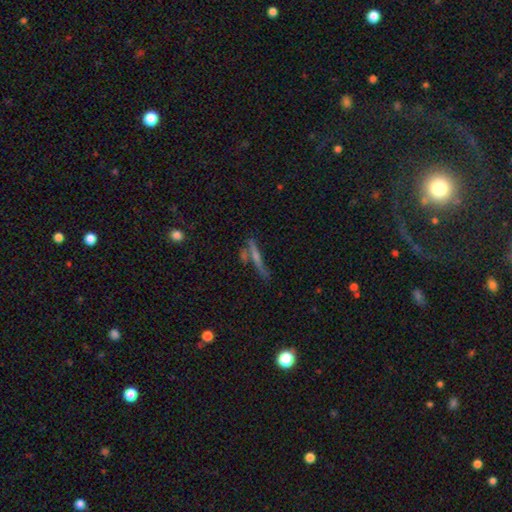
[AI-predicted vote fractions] featured or disk 49%, smooth 37%, star or artifact 14%. Down the decision tree: merging — none (62%).